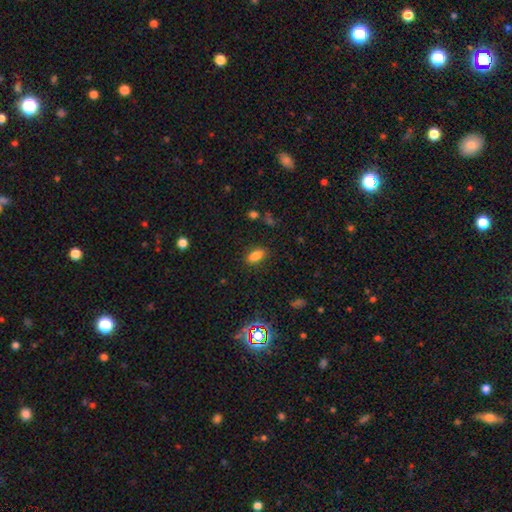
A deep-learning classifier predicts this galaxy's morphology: Smooth or featured? Predicted: smooth (p=0.81). How rounded? Predicted: in between (p=0.86). Merging? Predicted: none (p=0.86).